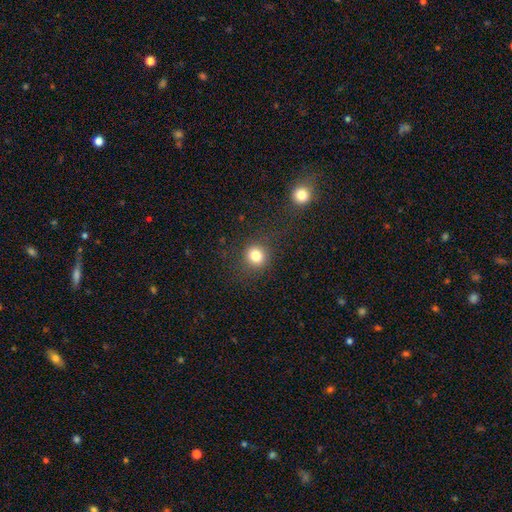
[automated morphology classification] Q: Smooth or featured?
A: smooth (81%); runner-up: star or artifact (13%)
Q: How rounded?
A: round (89%); runner-up: in between (10%)
Q: Merging?
A: none (86%); runner-up: minor disturbance (8%)